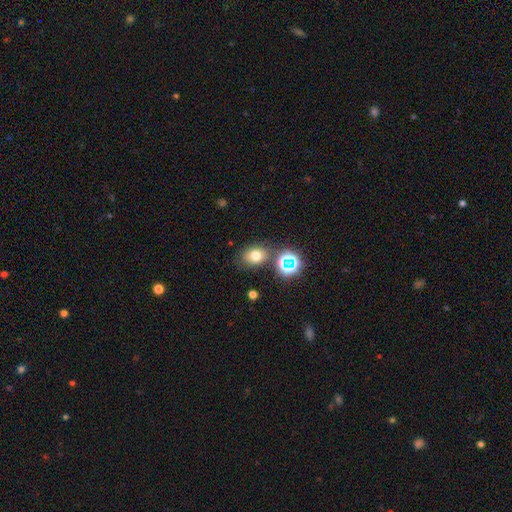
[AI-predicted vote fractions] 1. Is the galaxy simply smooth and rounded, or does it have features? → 68% smooth, 21% star or artifact, 11% featured or disk.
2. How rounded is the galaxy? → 59% in between, 40% round, 1% cigar-shaped.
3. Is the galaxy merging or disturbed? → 73% none, 13% minor disturbance, 10% merger, 4% major disturbance.